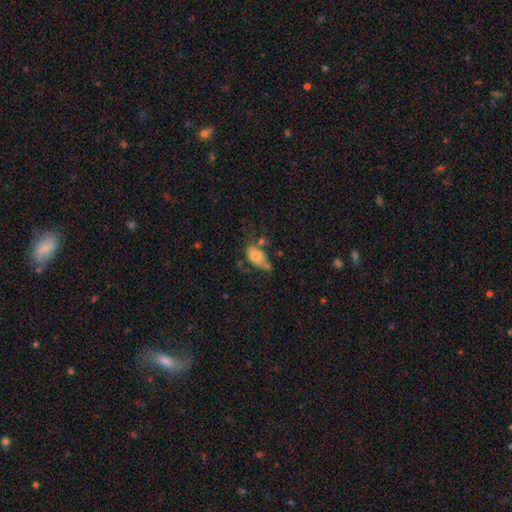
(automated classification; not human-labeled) Morphology: type=smooth (66%); roundness=in between (87%); merging=major disturbance (28%, tied with minor disturbance).